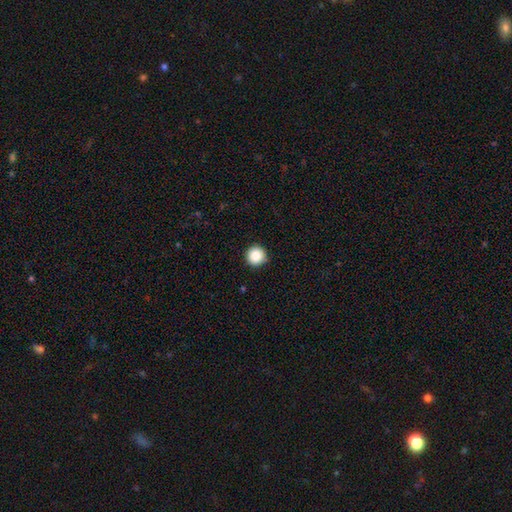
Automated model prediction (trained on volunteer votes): Smooth or featured?
  - smooth: 87% *
  - star or artifact: 9%
  - featured or disk: 4%
How rounded?
  - round: 96% *
  - in between: 3%
  - cigar-shaped: 1%
Merging?
  - none: 92% *
  - minor disturbance: 5%
  - major disturbance: 2%
  - merger: 1%